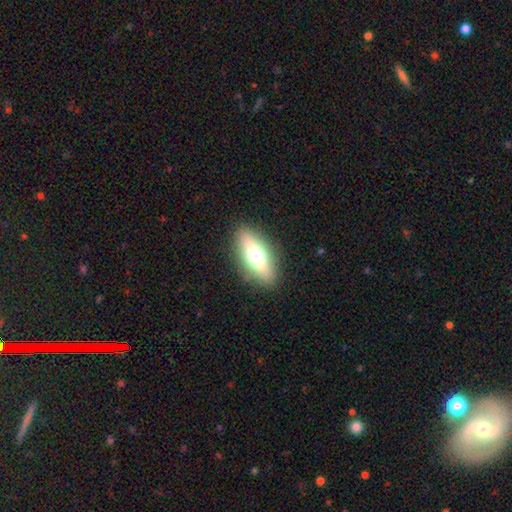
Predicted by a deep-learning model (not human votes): smooth-or-featured: smooth: 59% | featured or disk: 32% | star or artifact: 8%
  how-rounded: in between: 69% | cigar-shaped: 26% | round: 5%
  merging: none: 87% | minor disturbance: 9% | major disturbance: 3% | merger: 1%